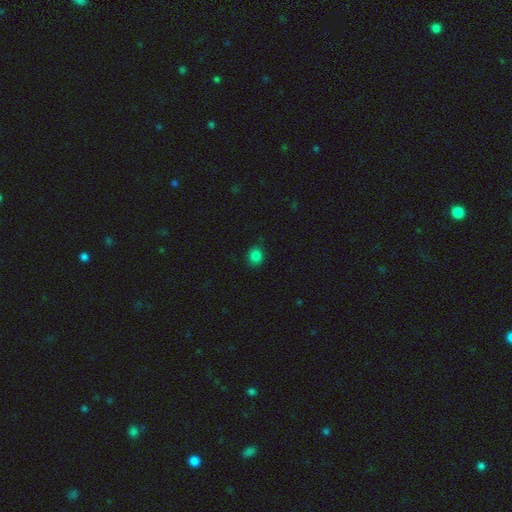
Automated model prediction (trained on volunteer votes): A smooth galaxy with no disk features (83%) that is round (70%). Merging: none (87%).